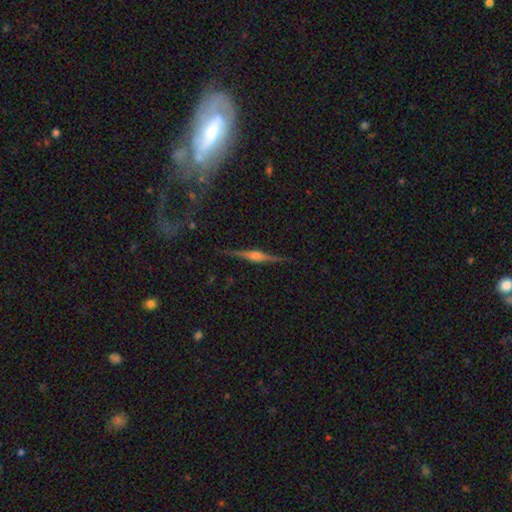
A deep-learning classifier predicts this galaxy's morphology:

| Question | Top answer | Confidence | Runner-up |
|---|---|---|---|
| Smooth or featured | featured or disk | 83% | smooth (10%) |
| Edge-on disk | yes | 98% | no (2%) |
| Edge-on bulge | rounded | 78% | boxy (17%) |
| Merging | none | 89% | minor disturbance (8%) |